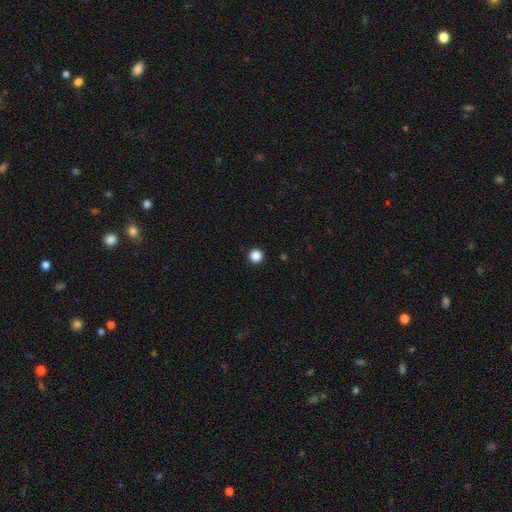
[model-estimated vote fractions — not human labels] This appears to be a smooth galaxy with no disk features (87%) that is round (96%). Merging: none (93%).